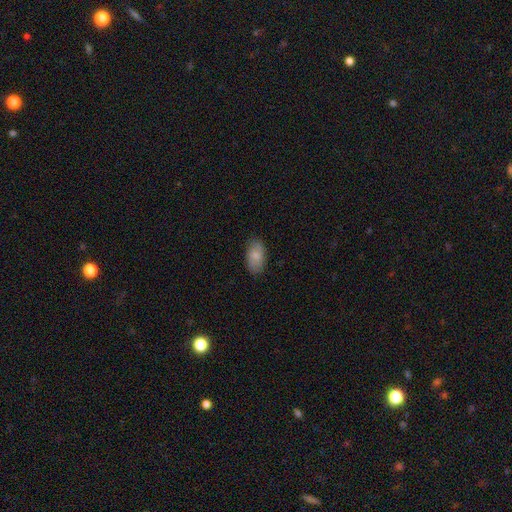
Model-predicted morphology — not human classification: The model was most divided on "smooth or featured": smooth: 79%, featured or disk: 15%, star or artifact: 6%. More confident: how rounded — in between (93%); merging — none (84%).